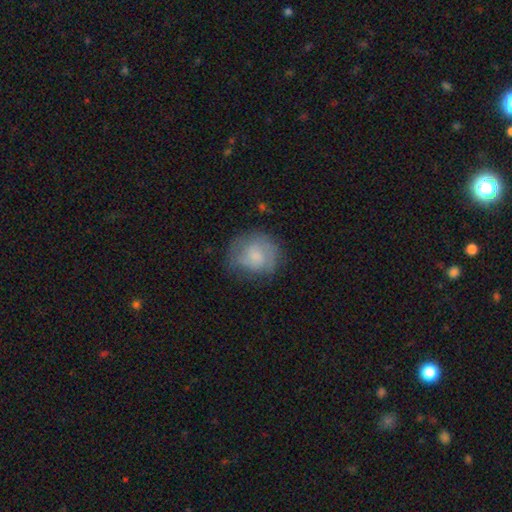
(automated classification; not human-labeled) smooth-or-featured: smooth: 61% | featured or disk: 32% | star or artifact: 8%
  how-rounded: round: 82% | in between: 17% | cigar-shaped: 1%
  merging: none: 65% | minor disturbance: 23% | major disturbance: 11% | merger: 2%